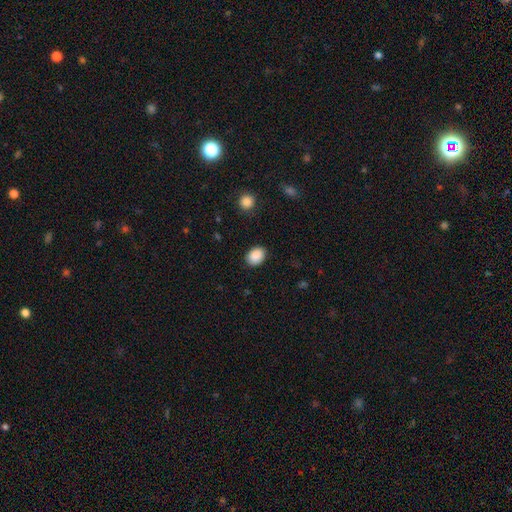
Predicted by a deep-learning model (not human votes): Smooth or featured? smooth (89%)
How rounded? in between (67%)
Merging? none (87%)